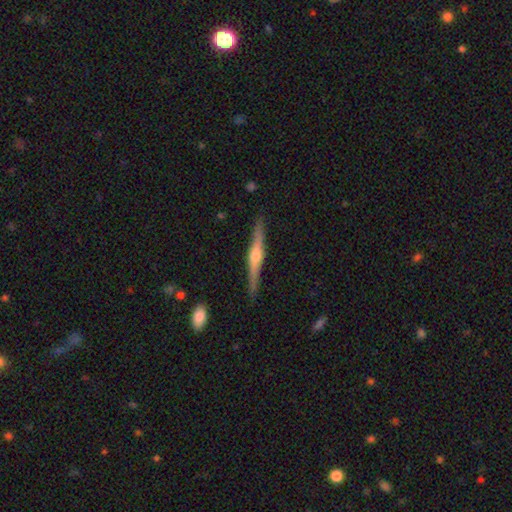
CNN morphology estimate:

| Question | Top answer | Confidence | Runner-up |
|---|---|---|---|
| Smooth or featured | featured or disk | 78% | smooth (16%) |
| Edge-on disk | yes | 98% | no (2%) |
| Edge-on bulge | rounded | 91% | boxy (5%) |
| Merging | none | 89% | minor disturbance (8%) |